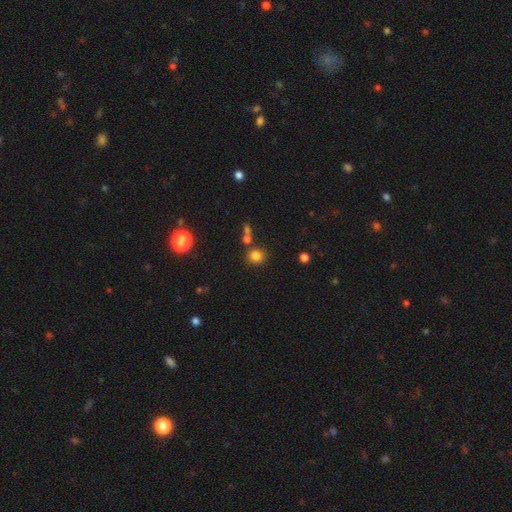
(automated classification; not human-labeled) This appears to be a smooth galaxy with no disk features (80%) that is round (83%). Merging: none (75%).